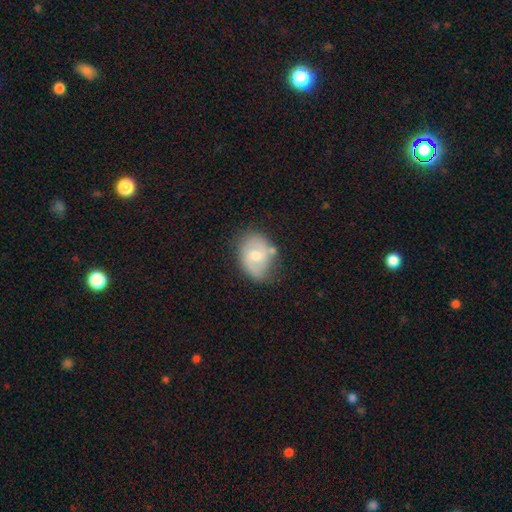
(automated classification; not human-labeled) This is likely a featured or disk galaxy (64%). It is clearly not viewed edge-on (97%). Bar: possibly weak (47%). Spiral arm pattern: clearly yes (85%). Spiral arm count: clearly 2 (81%). Spiral winding: possibly medium (49%). Central bulge: likely moderate (62%). Merging: likely none (65%).